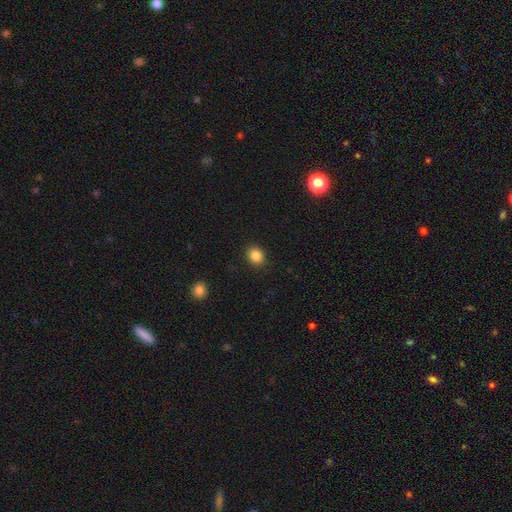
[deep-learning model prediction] Smooth or featured?
  - smooth: 86% *
  - star or artifact: 10%
  - featured or disk: 4%
How rounded?
  - round: 68% *
  - in between: 31%
  - cigar-shaped: 1%
Merging?
  - none: 90% *
  - minor disturbance: 6%
  - major disturbance: 2%
  - merger: 1%